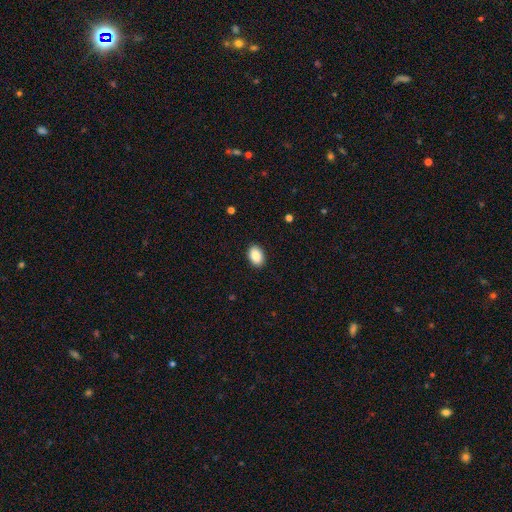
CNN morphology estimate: This appears to be a smooth galaxy with no disk features (89%) that is in between round and cigar-shaped (88%). Merging: none (90%).